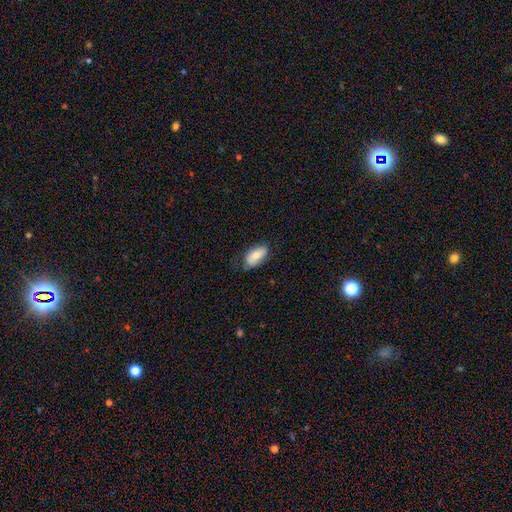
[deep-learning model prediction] Smooth or featured: smooth — 73% (featured or disk — 20%)
How rounded: in between — 93% (round — 3%)
Merging: none — 70% (minor disturbance — 23%)